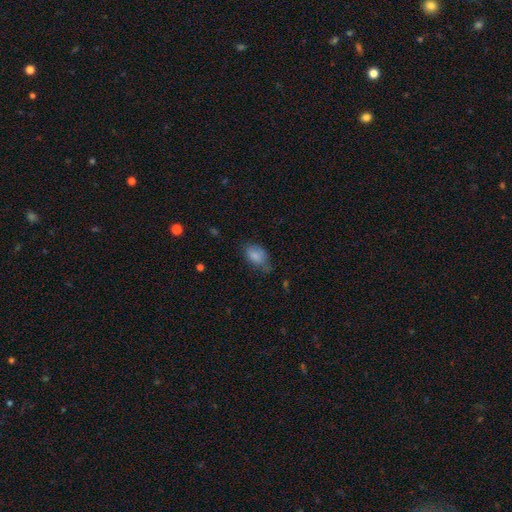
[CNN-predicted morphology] The model was most divided on "merging": none: 47%, minor disturbance: 38%, major disturbance: 13%, merger: 2%. More confident: how rounded — in between (88%); smooth or featured — smooth (79%).